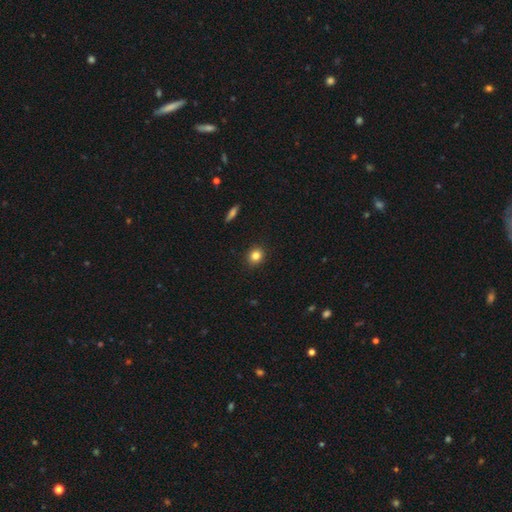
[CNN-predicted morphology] A smooth galaxy with no disk features (82%) that is round (80%).

Vote fractions:
- Smooth or featured? smooth: 82% / star or artifact: 11% / featured or disk: 6%
- How rounded? round: 80% / in between: 18% / cigar-shaped: 1%
- Merging? none: 91% / minor disturbance: 7% / major disturbance: 2% / merger: 1%